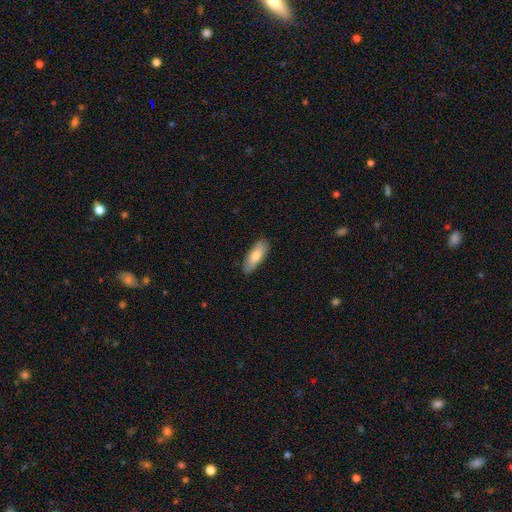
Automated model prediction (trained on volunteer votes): This appears to be a smooth galaxy with no disk features (76%) that is in between round and cigar-shaped (70%). Merging: none (84%).